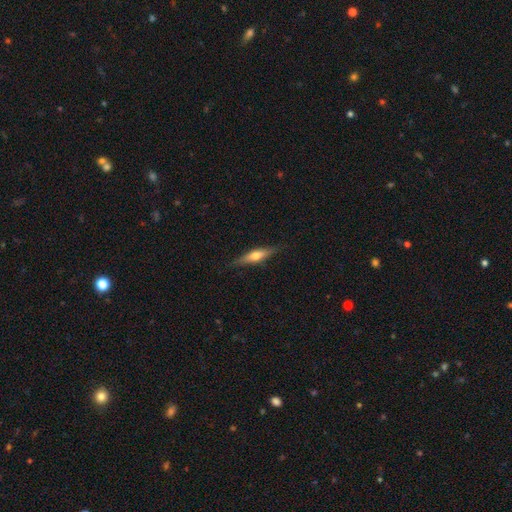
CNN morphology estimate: smooth_or_featured: featured or disk (p=0.53) [alt: smooth p=0.41]
disk_edge_on: yes (p=0.93) [alt: no p=0.07]
merging: none (p=0.85) [alt: minor disturbance p=0.11]